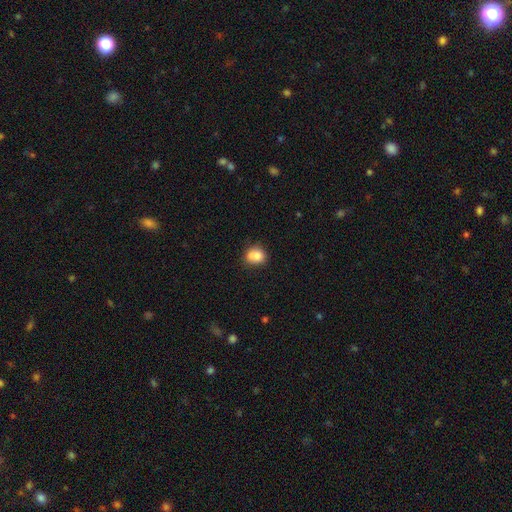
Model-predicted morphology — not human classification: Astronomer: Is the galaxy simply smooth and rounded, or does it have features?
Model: smooth — 82%.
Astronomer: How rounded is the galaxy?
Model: round — 65%.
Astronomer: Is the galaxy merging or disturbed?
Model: none — 60%.